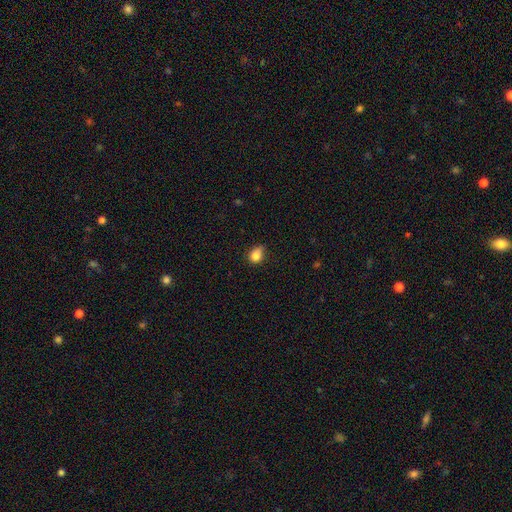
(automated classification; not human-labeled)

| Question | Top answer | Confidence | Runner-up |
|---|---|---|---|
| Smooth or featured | smooth | 84% | star or artifact (10%) |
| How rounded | in between | 53% | round (45%) |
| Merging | none | 53% | minor disturbance (37%) |